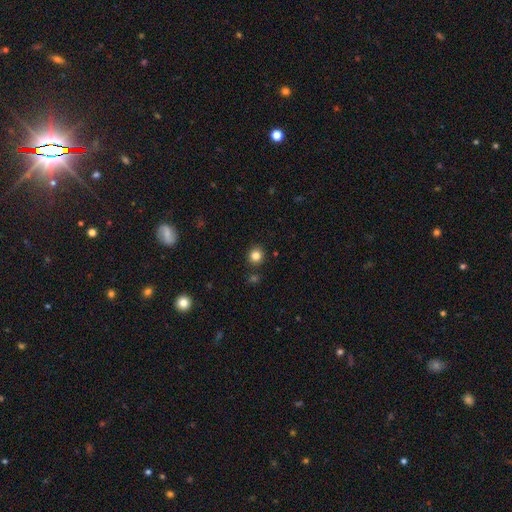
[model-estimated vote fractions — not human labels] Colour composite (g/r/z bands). It shows a smooth galaxy with no disk features (83%) that is round (90%). Merging: none (89%).